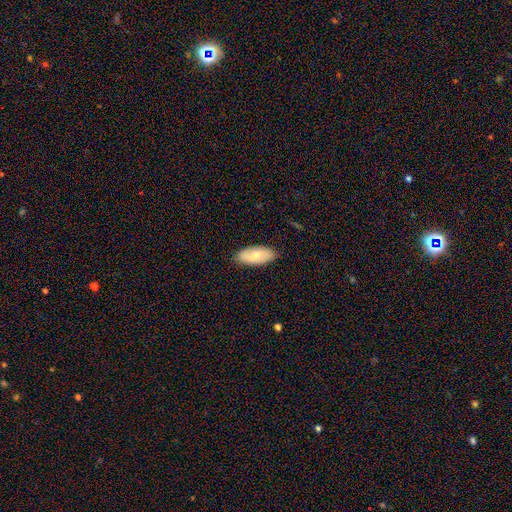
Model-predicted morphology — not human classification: The model was most divided on "smooth or featured": smooth: 68%, featured or disk: 27%, star or artifact: 5%. More confident: how rounded — in between (89%); merging — none (86%).